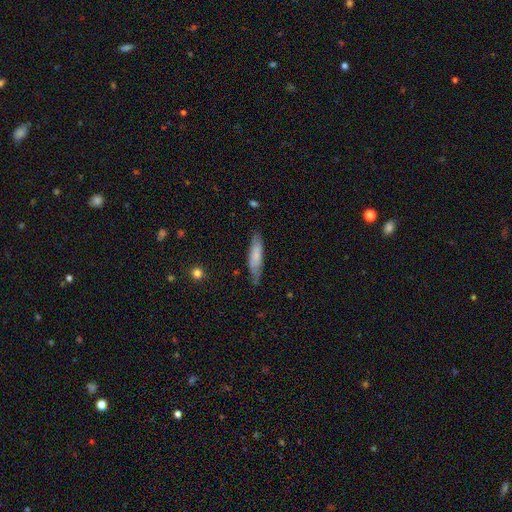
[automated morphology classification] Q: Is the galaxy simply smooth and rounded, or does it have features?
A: smooth — 71%.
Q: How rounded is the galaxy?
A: cigar-shaped — 72%.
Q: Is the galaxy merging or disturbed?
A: none — 75%.